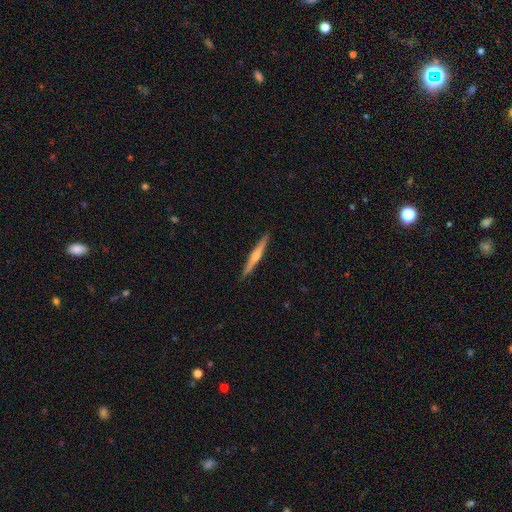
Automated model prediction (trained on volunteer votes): Morphology: type=featured or disk (64%); edge-on=yes (98%); edge-on bulge=rounded (85%); merging=none (91%).